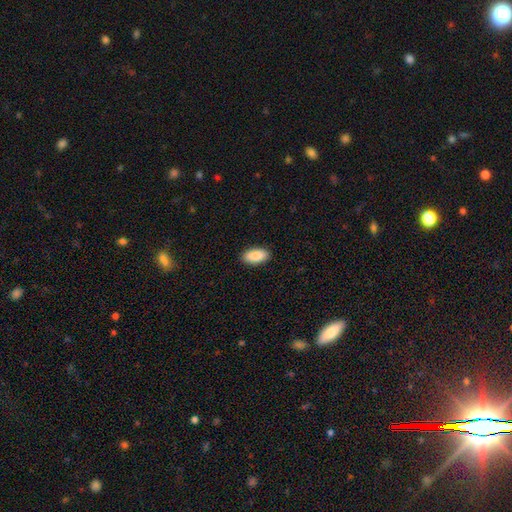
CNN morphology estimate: Q: Smooth or featured?
A: smooth (90%); runner-up: star or artifact (6%)
Q: How rounded?
A: in between (92%); runner-up: cigar-shaped (5%)
Q: Merging?
A: none (90%); runner-up: minor disturbance (7%)